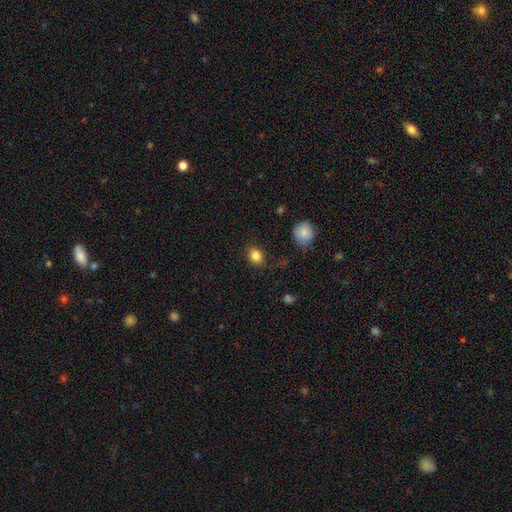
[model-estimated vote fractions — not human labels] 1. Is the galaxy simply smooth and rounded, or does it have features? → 84% smooth, 11% star or artifact, 5% featured or disk.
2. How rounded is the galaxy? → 50% in between, 48% round, 1% cigar-shaped.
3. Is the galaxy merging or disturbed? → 82% none, 13% minor disturbance, 3% major disturbance, 1% merger.